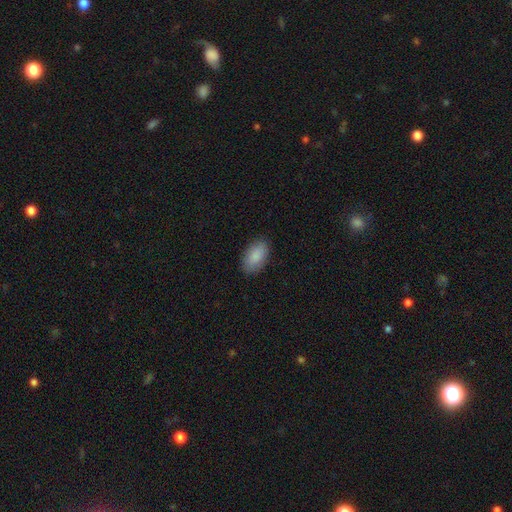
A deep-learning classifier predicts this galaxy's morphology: type=smooth (88%); roundness=in between (94%); merging=none (86%).